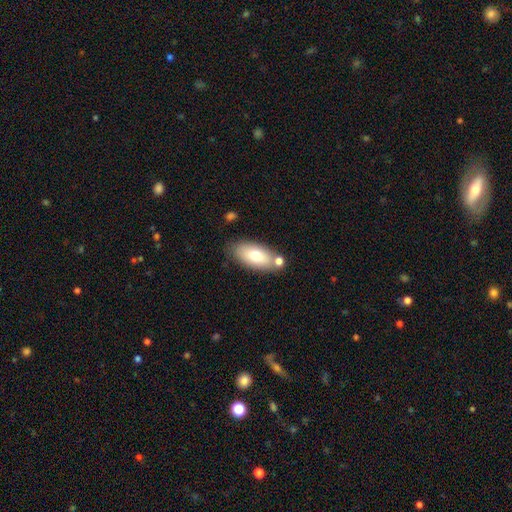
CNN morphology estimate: Smooth or featured? Predicted: smooth (p=0.73). How rounded? Predicted: in between (p=0.90). Merging? Predicted: none (p=0.68).